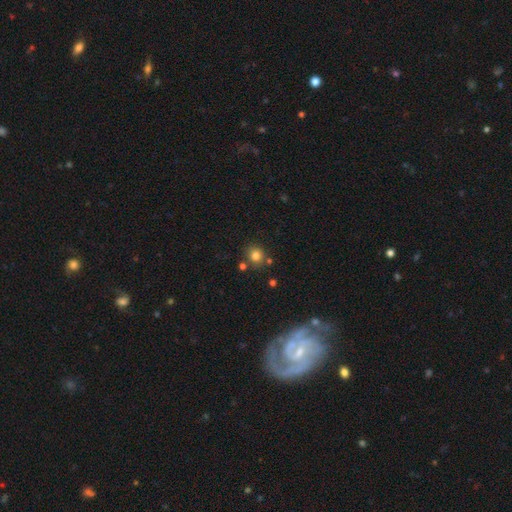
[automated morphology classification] smooth 79%, star or artifact 14%, featured or disk 7%. Down the decision tree: how rounded — round (87%); merging — none (78%).